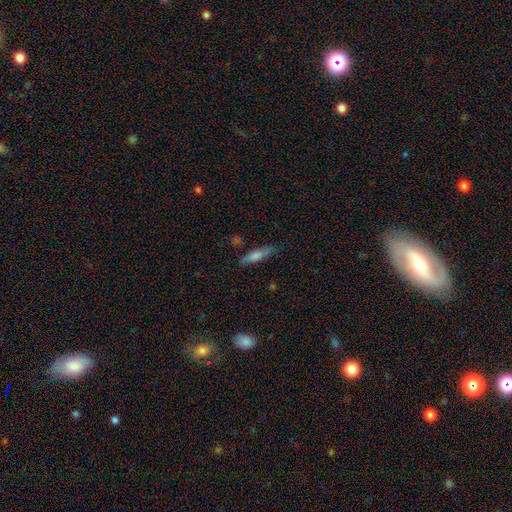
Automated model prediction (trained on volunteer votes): Overall: smooth (61%; featured or disk 30%). How rounded: cigar-shaped (73%). Merging: none (76%).